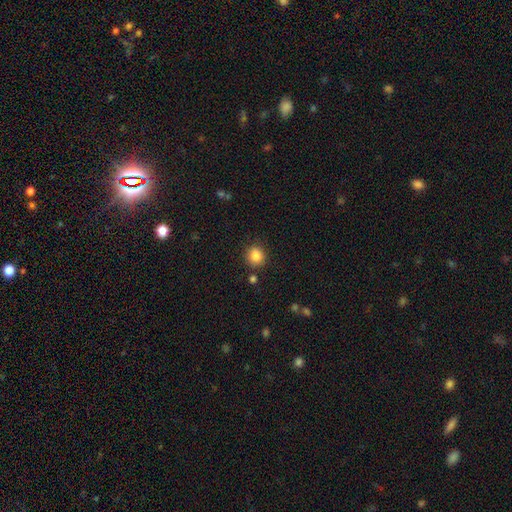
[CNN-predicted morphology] type=smooth (86%); roundness=round (82%); merging=none (83%).